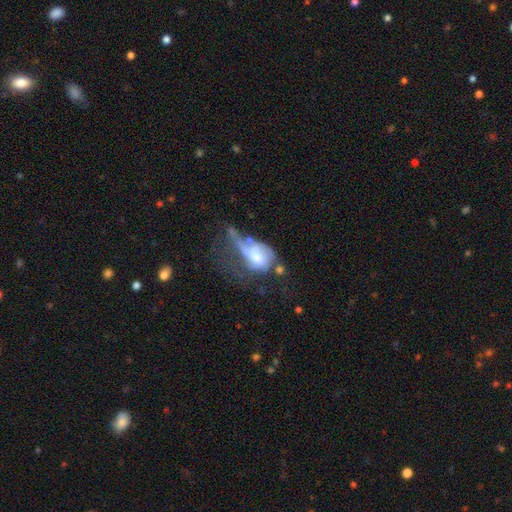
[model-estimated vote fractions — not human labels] A featured or disk galaxy (58%) with no bar (66%), no spiral arms (54%) and a moderate central bulge (45%).

Vote fractions:
- Smooth or featured? featured or disk: 58% / smooth: 31% / star or artifact: 10%
- Edge-on disk? no: 94% / yes: 6%
- Bar? no: 66% / weak: 27% / strong: 8%
- Spiral arms? no: 54% / yes: 46%
- Bulge size? moderate: 45% / small: 29% / large: 12% / none: 11% / dominant: 2%
- Merging? major disturbance: 50% / merger: 20% / none: 15% / minor disturbance: 14%